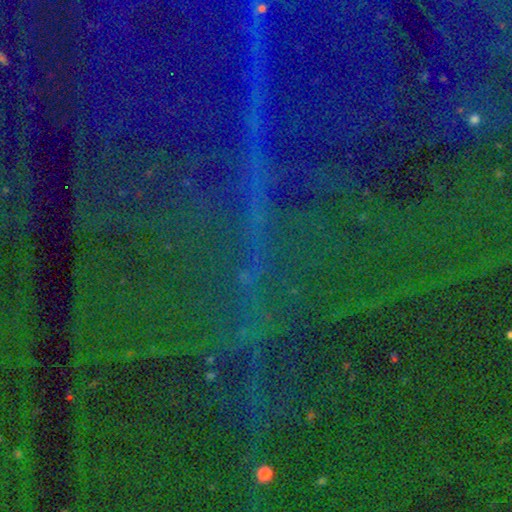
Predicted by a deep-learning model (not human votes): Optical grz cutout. It shows a star or artifact, not a galaxy (87%).